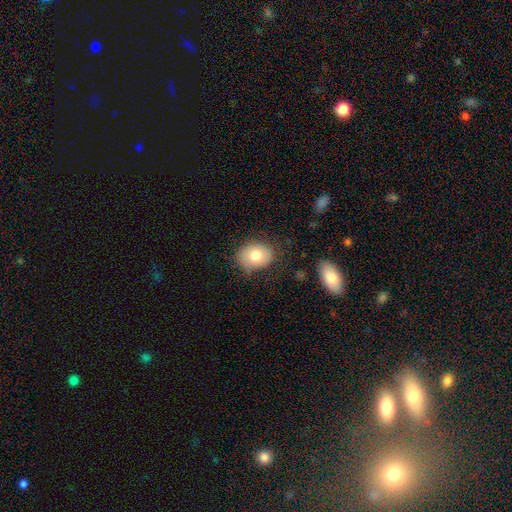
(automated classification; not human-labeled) The model was most divided on "how rounded": in between: 55%, round: 44%, cigar-shaped: 1%. More confident: smooth or featured — smooth (78%); merging — none (72%).